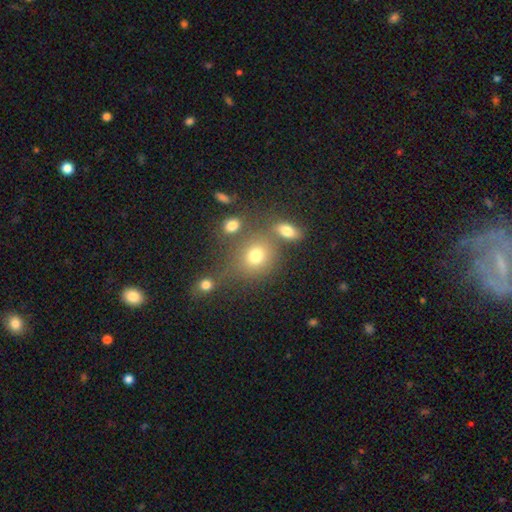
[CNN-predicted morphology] This is likely a smooth galaxy (75%). How rounded: likely round (71%). Merging: possibly none (58%).